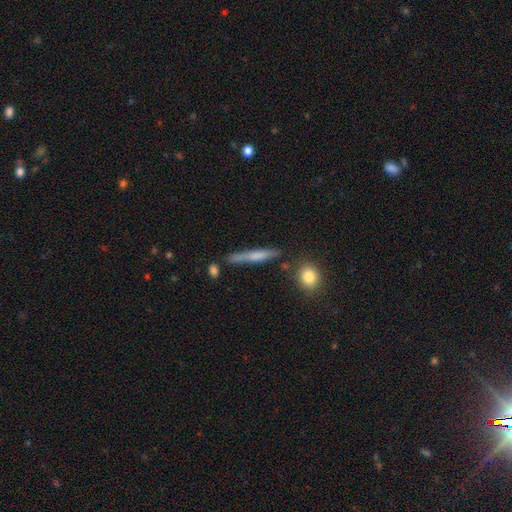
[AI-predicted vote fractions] Q: Smooth or featured?
A: smooth (56%); runner-up: featured or disk (36%)
Q: How rounded?
A: cigar-shaped (91%); runner-up: in between (7%)
Q: Merging?
A: none (75%); runner-up: minor disturbance (15%)